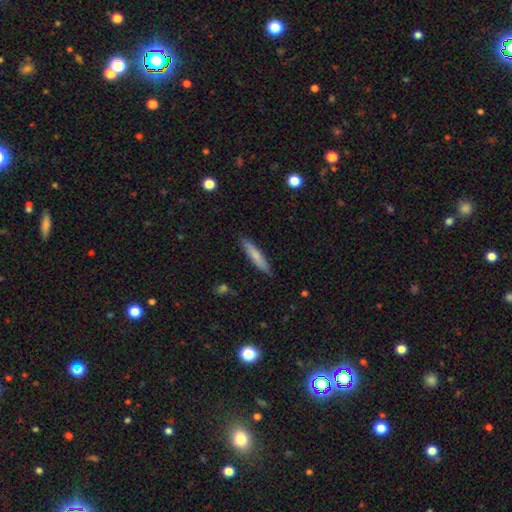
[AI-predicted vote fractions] smooth_or_featured: smooth (p=0.74) [alt: featured or disk p=0.20]
how_rounded: cigar-shaped (p=0.89) [alt: in between p=0.10]
merging: none (p=0.88) [alt: minor disturbance p=0.10]